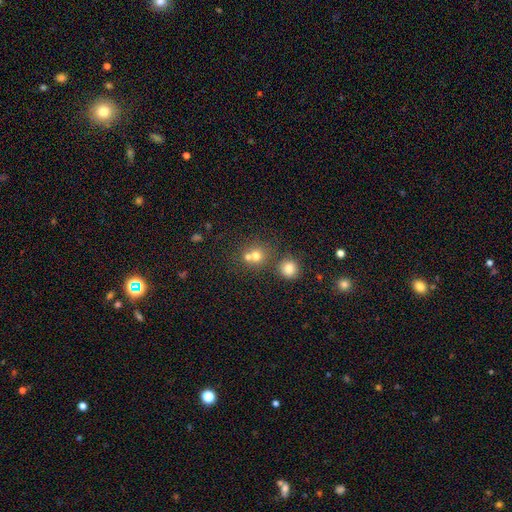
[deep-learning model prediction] A smooth galaxy with no disk features (71%) that is round (85%).

Vote fractions:
- Smooth or featured? smooth: 71% / star or artifact: 16% / featured or disk: 13%
- How rounded? round: 85% / in between: 14% / cigar-shaped: 1%
- Merging? none: 48% / merger: 42% / minor disturbance: 7% / major disturbance: 3%